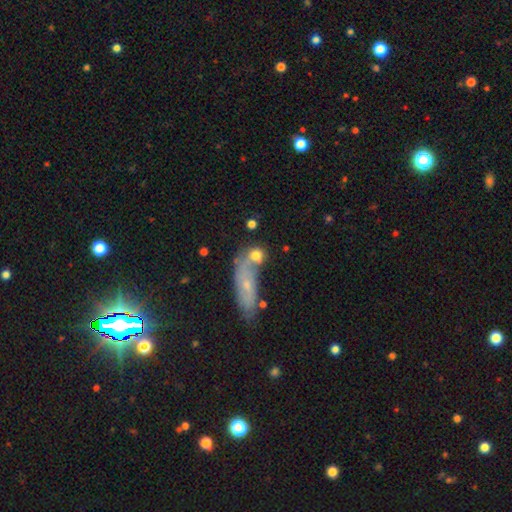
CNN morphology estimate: smooth 71%, featured or disk 18%, star or artifact 10%. Down the decision tree: how rounded — round (60%); merging — none (43%).